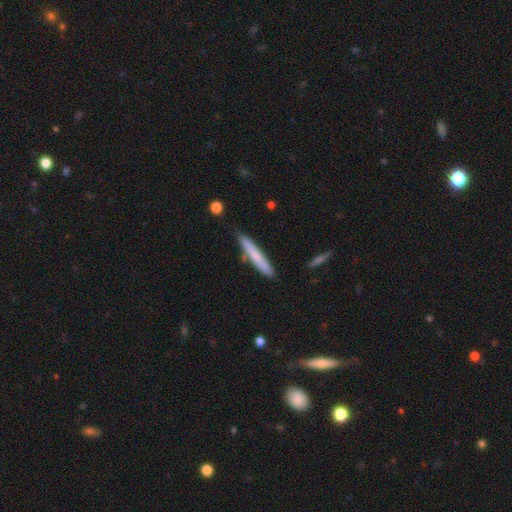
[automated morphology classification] The model was most divided on "smooth or featured": smooth: 70%, featured or disk: 25%, star or artifact: 6%. More confident: how rounded — cigar-shaped (95%); merging — none (83%).